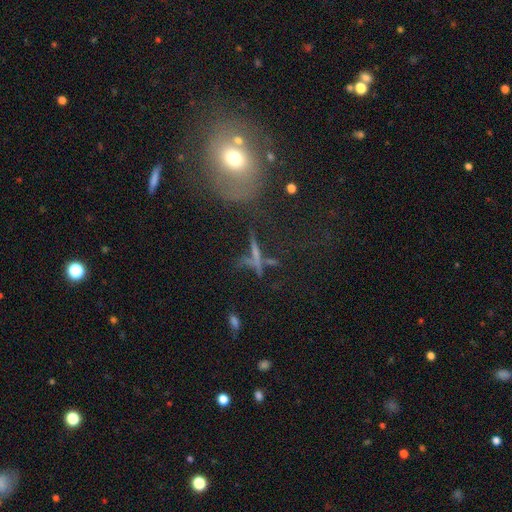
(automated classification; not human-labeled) This appears to be a smooth galaxy with no disk features (35%). Merging: none (65%).